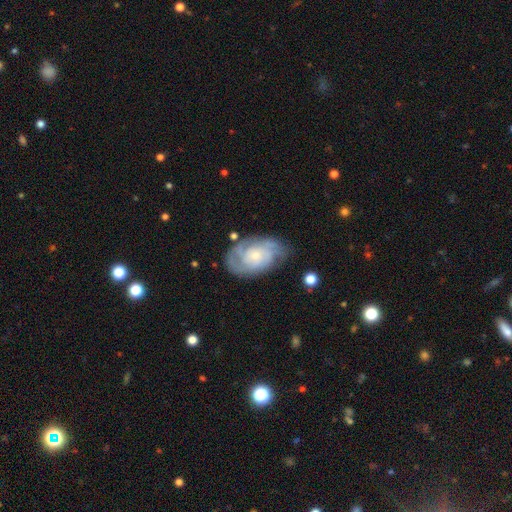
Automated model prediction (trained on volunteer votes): A featured or disk galaxy (80%) with no bar (75%), tight (60%) spiral arms (94%) and a small central bulge (63%).

Vote fractions:
- Smooth or featured? featured or disk: 80% / smooth: 14% / star or artifact: 6%
- Edge-on disk? no: 97% / yes: 3%
- Bar? no: 75% / weak: 22% / strong: 3%
- Spiral arms? yes: 94% / no: 6%
- Spiral winding? tight: 60% / medium: 32% / loose: 8%
- Spiral arm count? can't tell: 32% / 2: 26% / 3: 23% / 4: 10% / 1: 5% / more than 4: 5%
- Bulge size? small: 63% / moderate: 30% / none: 3% / large: 3% / dominant: 1%
- Merging? none: 70% / minor disturbance: 20% / major disturbance: 7% / merger: 2%